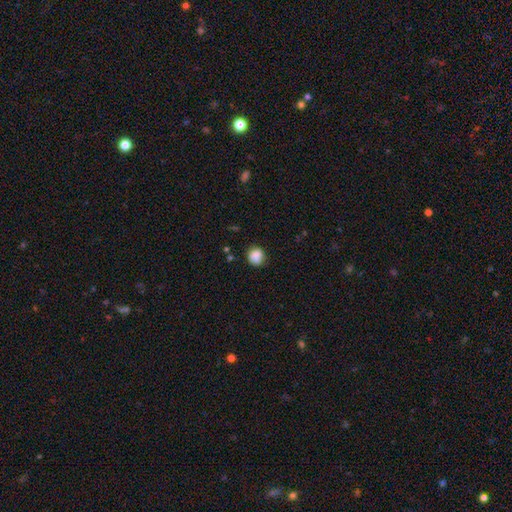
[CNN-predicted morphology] Smooth or featured?
  - smooth: 83% *
  - star or artifact: 9%
  - featured or disk: 7%
How rounded?
  - round: 79% *
  - in between: 21%
  - cigar-shaped: 1%
Merging?
  - none: 64% *
  - minor disturbance: 22%
  - merger: 9%
  - major disturbance: 6%